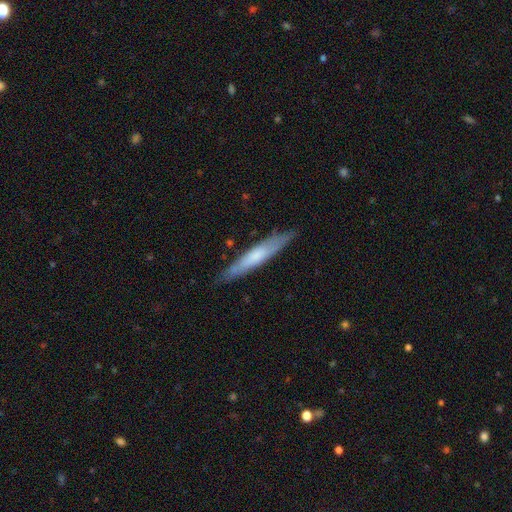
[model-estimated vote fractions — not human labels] Smooth or featured? smooth (53%)
How rounded? cigar-shaped (92%)
Merging? none (84%)